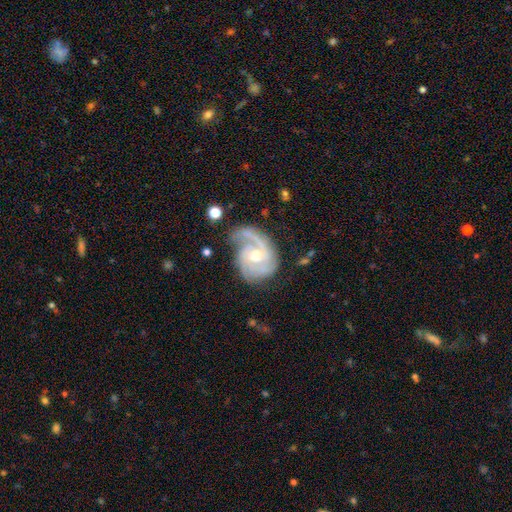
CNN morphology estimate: Q: Smooth or featured?
A: featured or disk (89%); runner-up: smooth (6%)
Q: Edge-on disk?
A: no (98%); runner-up: yes (2%)
Q: Bar?
A: no (66%); runner-up: weak (28%)
Q: Spiral arms?
A: yes (97%); runner-up: no (3%)
Q: Spiral winding?
A: tight (50%); runner-up: medium (39%)
Q: Spiral arm count?
A: 2 (35%); runner-up: 3 (30%)
Q: Bulge size?
A: moderate (66%); runner-up: small (29%)
Q: Merging?
A: none (58%); runner-up: minor disturbance (24%)